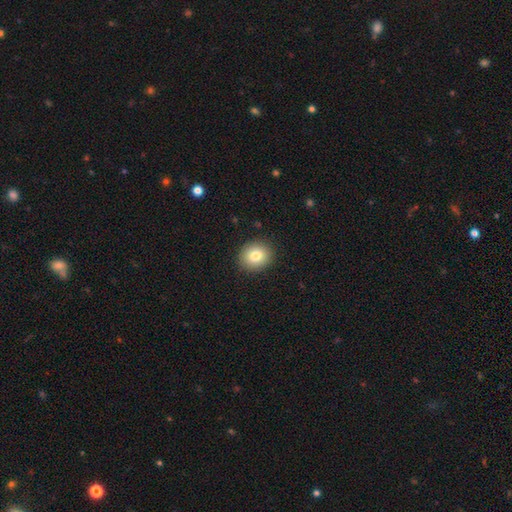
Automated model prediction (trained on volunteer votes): Smooth or featured? smooth (82%)
How rounded? round (73%)
Merging? none (90%)